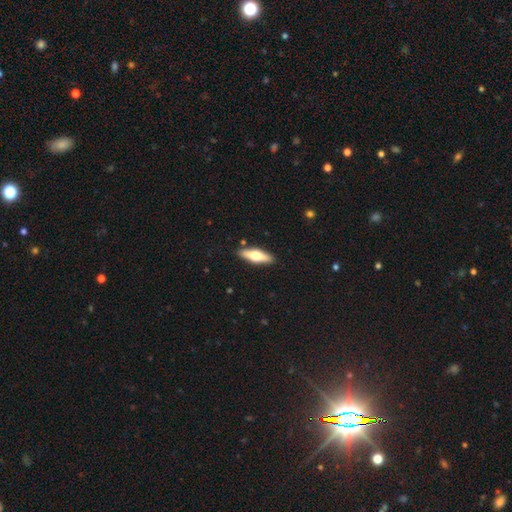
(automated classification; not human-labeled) smooth-or-featured: smooth: 50% | featured or disk: 45% | star or artifact: 5%
  merging: none: 89% | minor disturbance: 8% | major disturbance: 2% | merger: 1%